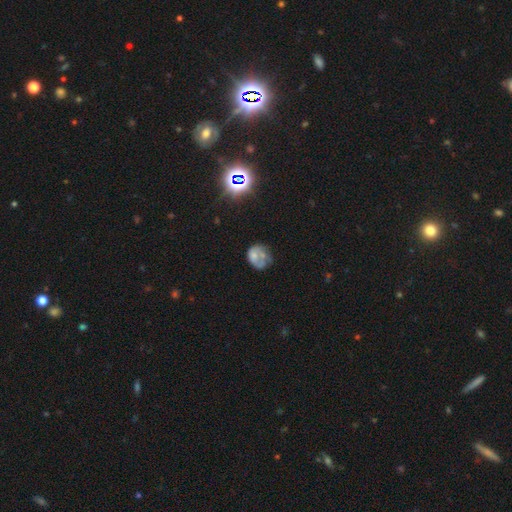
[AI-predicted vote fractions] smooth 50%, featured or disk 37%, star or artifact 13%. Down the decision tree: merging — none (36%).